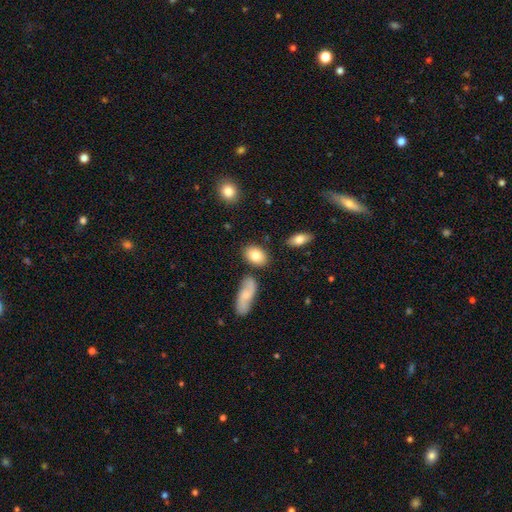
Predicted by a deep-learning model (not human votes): smooth_or_featured: smooth (p=0.79) [alt: featured or disk p=0.13]
how_rounded: in between (p=0.84) [alt: round p=0.15]
merging: none (p=0.79) [alt: minor disturbance p=0.12]